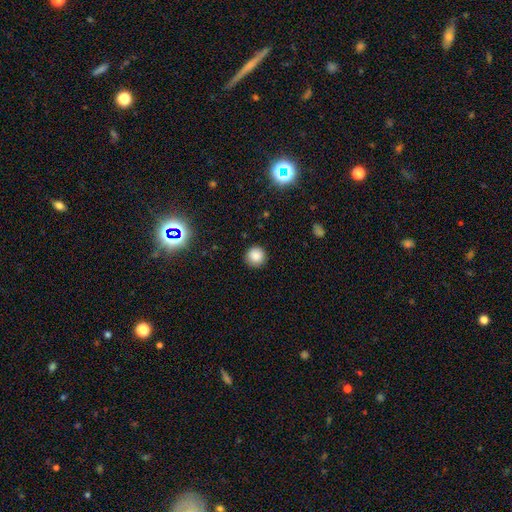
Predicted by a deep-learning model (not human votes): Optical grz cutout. It shows a smooth galaxy with no disk features (85%) that is round (95%). Merging: none (91%).